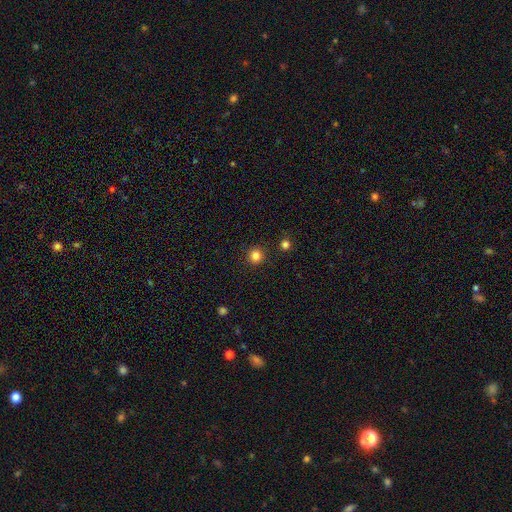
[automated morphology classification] Smooth or featured? Predicted: smooth (p=0.83). How rounded? Predicted: round (p=0.92). Merging? Predicted: none (p=0.91).